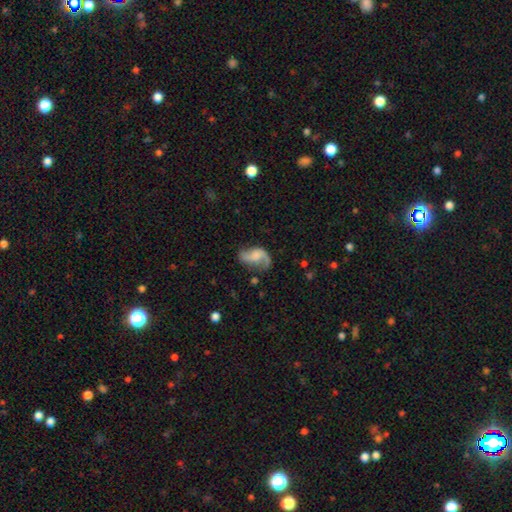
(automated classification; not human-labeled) smooth_or_featured: featured or disk (p=0.75) [alt: smooth p=0.18]
disk_edge_on: no (p=0.97) [alt: yes p=0.03]
bar: no (p=0.54) [alt: weak p=0.36]
has_spiral_arms: yes (p=0.93) [alt: no p=0.07]
spiral_winding: loose (p=0.69) [alt: medium p=0.25]
spiral_arm_count: 2 (p=0.87) [alt: 1 p=0.07]
bulge_size: none (p=0.33) [alt: small p=0.31]
merging: none (p=0.58) [alt: minor disturbance p=0.23]